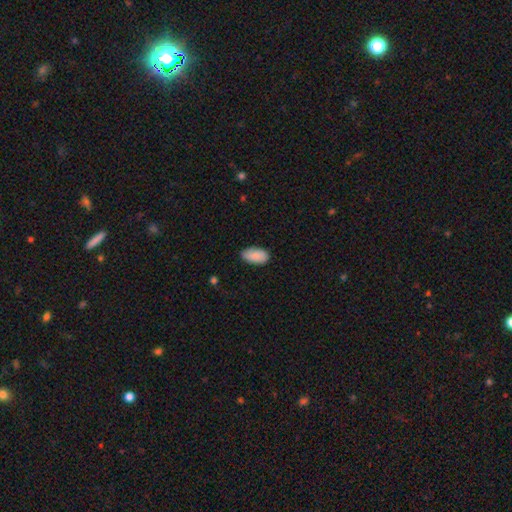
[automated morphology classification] Smooth or featured: smooth — 88% (star or artifact — 6%)
How rounded: in between — 95% (round — 3%)
Merging: none — 81% (minor disturbance — 16%)